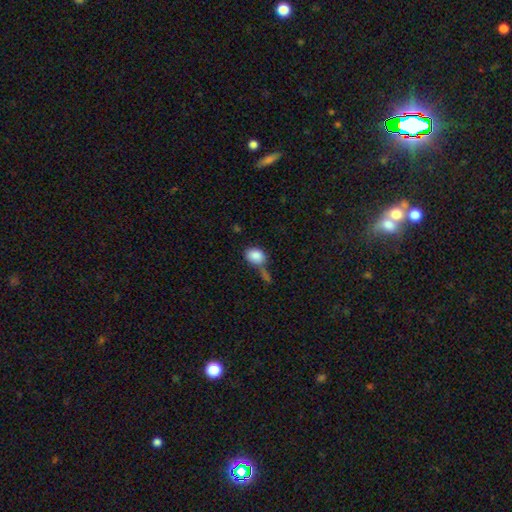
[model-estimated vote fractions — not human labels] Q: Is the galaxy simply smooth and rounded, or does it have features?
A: smooth — 86%.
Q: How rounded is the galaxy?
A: in between — 63%.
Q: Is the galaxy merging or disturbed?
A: none — 42%.